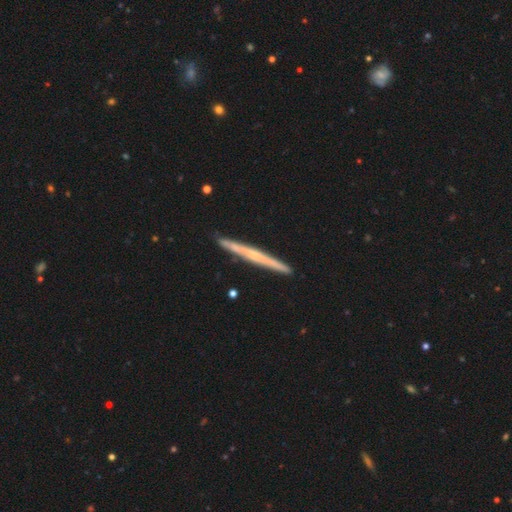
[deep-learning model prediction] Overall: featured or disk (59%; smooth 35%). Edge-on disk: yes (97%). Edge-on bulge: none (69%). Merging: none (90%).